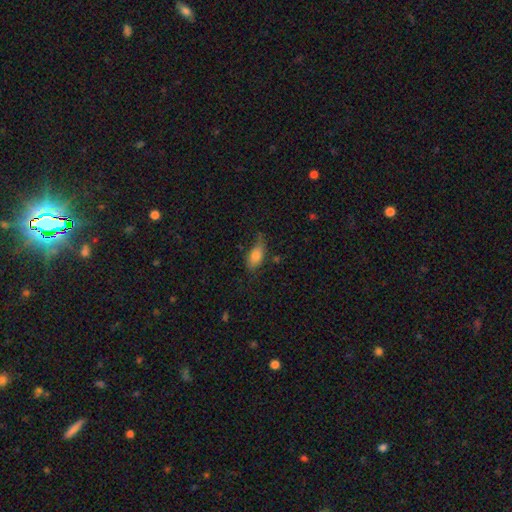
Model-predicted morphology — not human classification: A smooth galaxy with no disk features (77%) that is in between round and cigar-shaped (87%). Merging: none (50%).